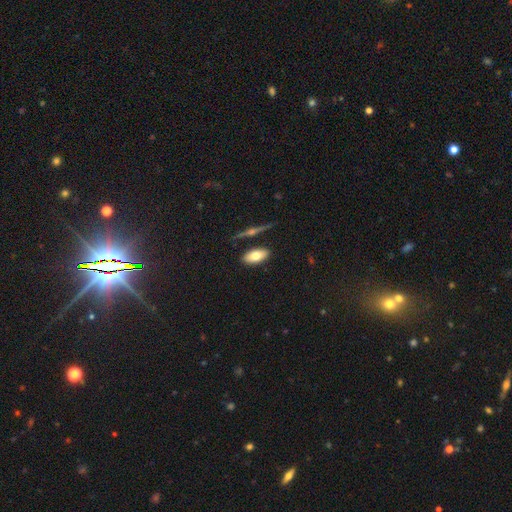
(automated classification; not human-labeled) Q: Smooth or featured?
A: smooth (74%); runner-up: featured or disk (20%)
Q: How rounded?
A: in between (90%); runner-up: cigar-shaped (7%)
Q: Merging?
A: none (79%); runner-up: minor disturbance (11%)